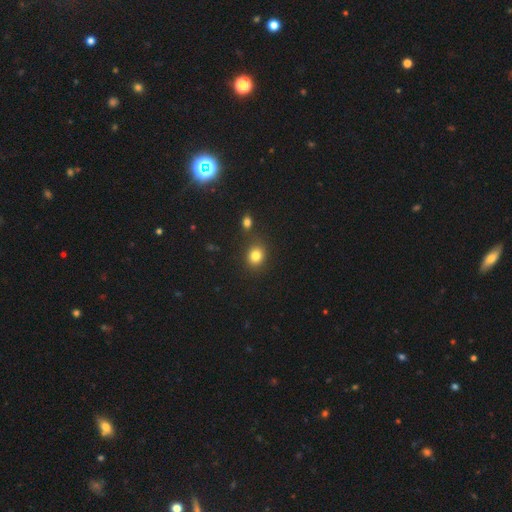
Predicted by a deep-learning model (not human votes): Smooth or featured? Predicted: smooth (p=0.81). How rounded? Predicted: round (p=0.71). Merging? Predicted: none (p=0.78).